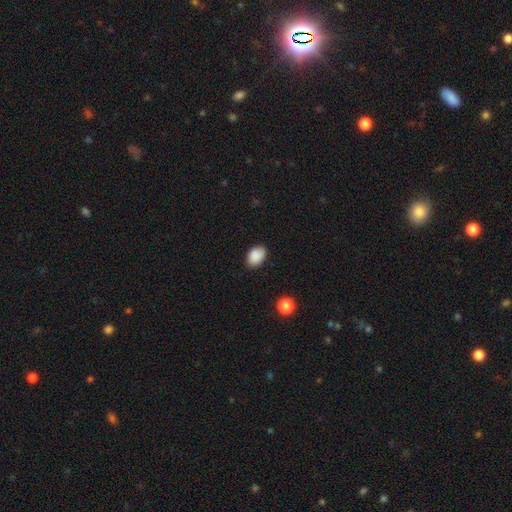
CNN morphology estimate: Smooth or featured? Predicted: smooth (p=0.89). How rounded? Predicted: in between (p=0.83). Merging? Predicted: none (p=0.82).